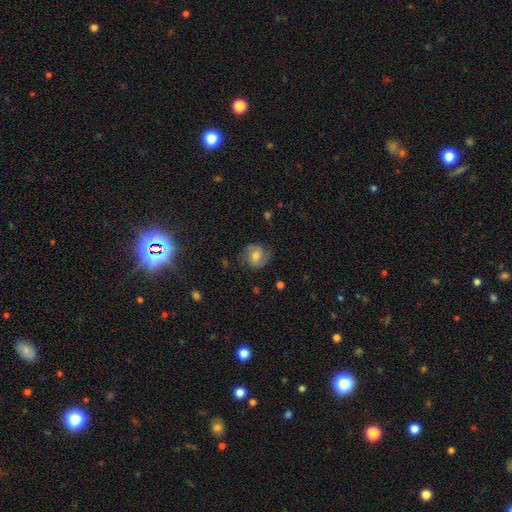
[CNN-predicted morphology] smooth_or_featured: smooth (p=0.47) [alt: featured or disk p=0.44]
merging: none (p=0.72) [alt: minor disturbance p=0.19]